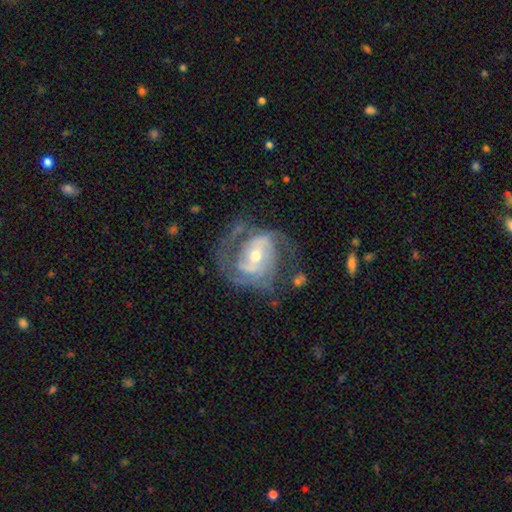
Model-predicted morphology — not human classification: A featured or disk galaxy (84%) with a weak bar (40%), 2 (60%) medium (46%) spiral arms (89%) and a moderate central bulge (55%).

Vote fractions:
- Smooth or featured? featured or disk: 84% / smooth: 10% / star or artifact: 6%
- Edge-on disk? no: 97% / yes: 3%
- Bar? weak: 40% / no: 33% / strong: 27%
- Spiral arms? yes: 89% / no: 11%
- Spiral winding? medium: 46% / tight: 34% / loose: 20%
- Spiral arm count? 2: 60% / can't tell: 16% / 3: 12% / 1: 5% / 4: 3% / more than 4: 2%
- Bulge size? moderate: 55% / small: 40% / large: 3% / none: 1% / dominant: 1%
- Merging? none: 54% / major disturbance: 23% / minor disturbance: 20% / merger: 3%